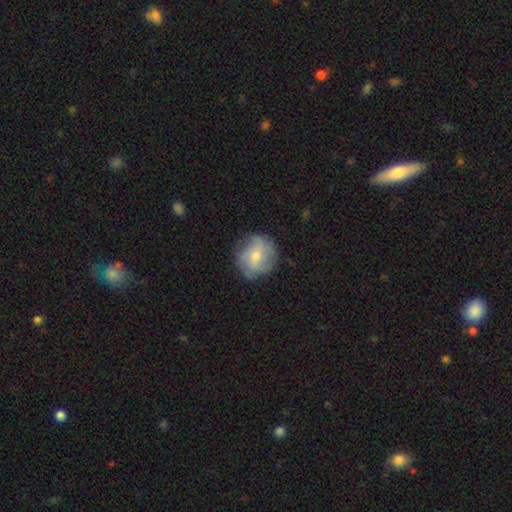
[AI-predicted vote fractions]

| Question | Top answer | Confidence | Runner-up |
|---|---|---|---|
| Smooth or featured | featured or disk | 53% | smooth (39%) |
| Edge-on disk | no | 96% | yes (4%) |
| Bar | no | 52% | weak (40%) |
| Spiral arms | yes | 79% | no (21%) |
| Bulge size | small | 47% | tied: moderate (47%) |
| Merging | none | 76% | minor disturbance (17%) |